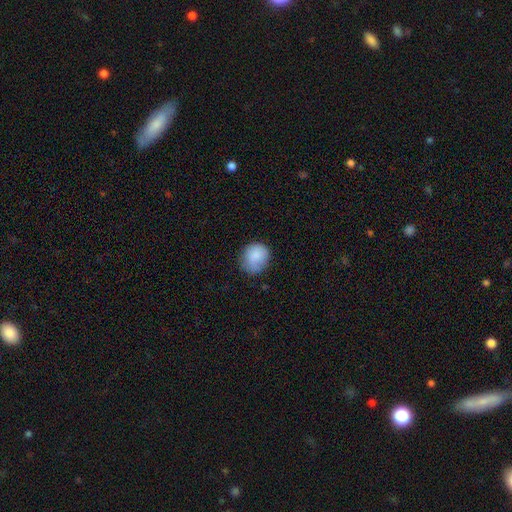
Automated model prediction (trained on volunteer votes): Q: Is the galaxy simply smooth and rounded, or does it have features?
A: smooth — 85%.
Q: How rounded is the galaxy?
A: round — 68%.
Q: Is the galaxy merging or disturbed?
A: none — 67%.